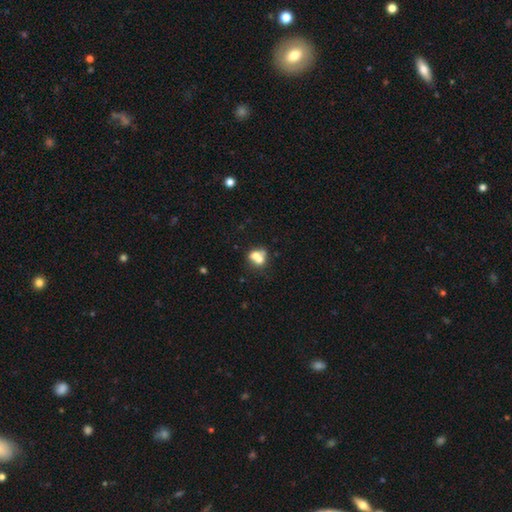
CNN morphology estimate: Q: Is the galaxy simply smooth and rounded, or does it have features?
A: smooth — 63%.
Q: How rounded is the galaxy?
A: round — 61%.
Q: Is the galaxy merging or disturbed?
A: merger — 61%.